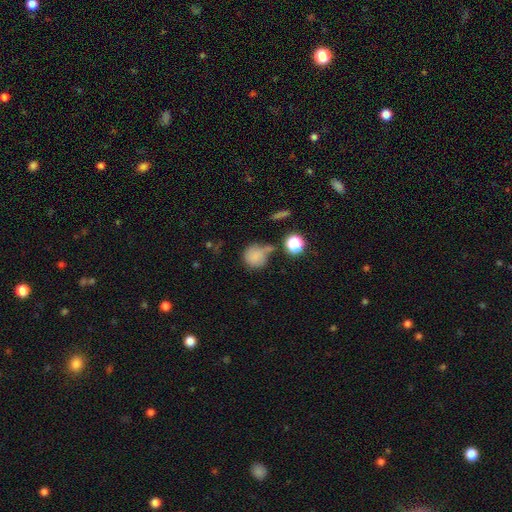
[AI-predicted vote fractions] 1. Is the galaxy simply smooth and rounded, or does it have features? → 77% smooth, 13% star or artifact, 10% featured or disk.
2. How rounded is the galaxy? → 83% round, 15% in between, 1% cigar-shaped.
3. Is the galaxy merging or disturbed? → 46% none, 23% minor disturbance, 18% merger, 13% major disturbance.